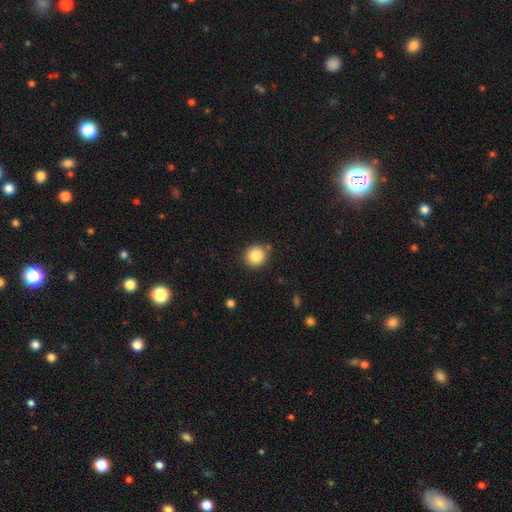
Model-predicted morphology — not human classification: A smooth galaxy with no disk features (85%) that is round (91%). Merging: none (87%).